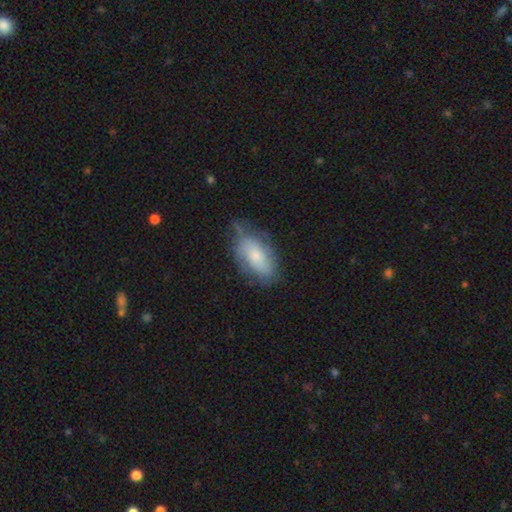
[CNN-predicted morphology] Smooth or featured: smooth — 53% (featured or disk — 40%)
How rounded: in between — 91% (round — 5%)
Merging: none — 56% (minor disturbance — 30%)